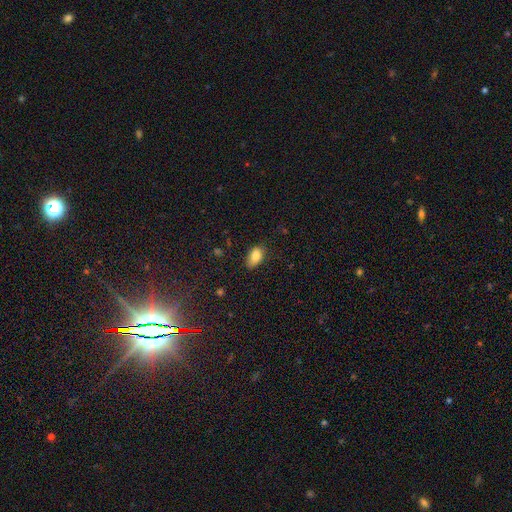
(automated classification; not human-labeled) Overall: smooth (83%). How rounded: in between (91%). Merging: none (69%).